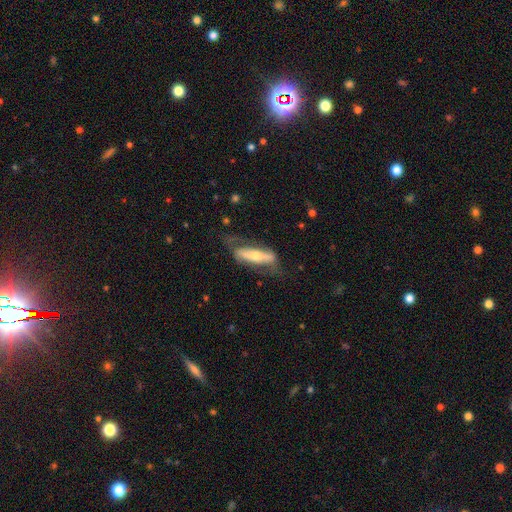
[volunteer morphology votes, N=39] This appears to be a featured or disk galaxy (56%) with no bar (57%), no spiral arms (64%) and a small central bulge (43%). Merging: none (61%).